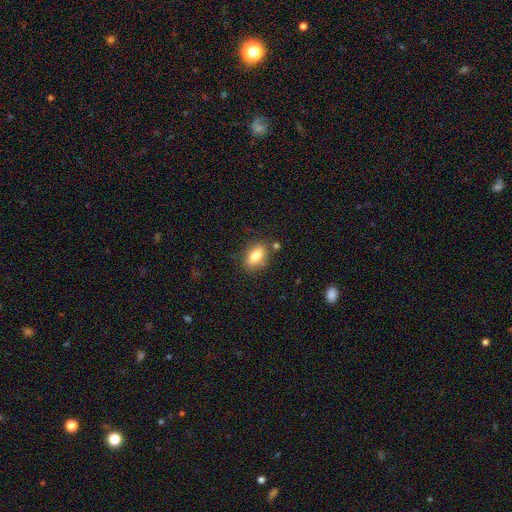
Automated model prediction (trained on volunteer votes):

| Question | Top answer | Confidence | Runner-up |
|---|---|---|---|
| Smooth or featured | smooth | 78% | featured or disk (13%) |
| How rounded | in between | 84% | round (12%) |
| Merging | none | 79% | minor disturbance (13%) |